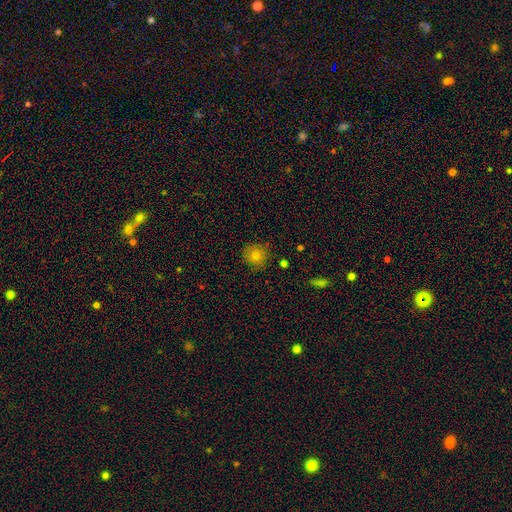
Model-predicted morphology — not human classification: Smooth or featured: smooth — 76% (star or artifact — 13%)
How rounded: round — 93% (in between — 6%)
Merging: none — 86% (minor disturbance — 11%)